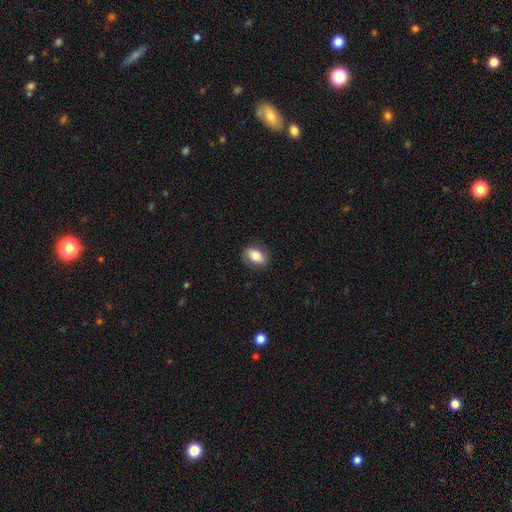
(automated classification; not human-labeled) This is likely a smooth galaxy (79%). How rounded: clearly in between (85%). Merging: clearly none (84%).